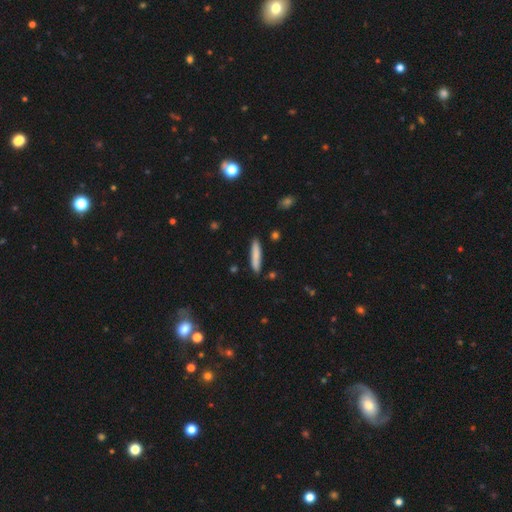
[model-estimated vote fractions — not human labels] Smooth or featured? smooth (81%)
How rounded? cigar-shaped (90%)
Merging? none (88%)